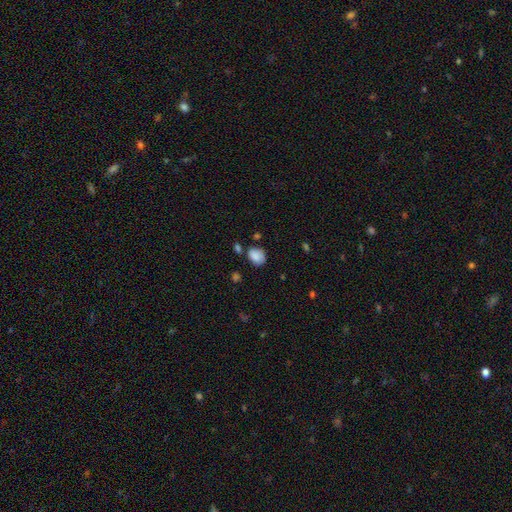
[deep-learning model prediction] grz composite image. It shows a smooth galaxy with no disk features (85%) that is in between round and cigar-shaped (58%). Merging: none (63%).